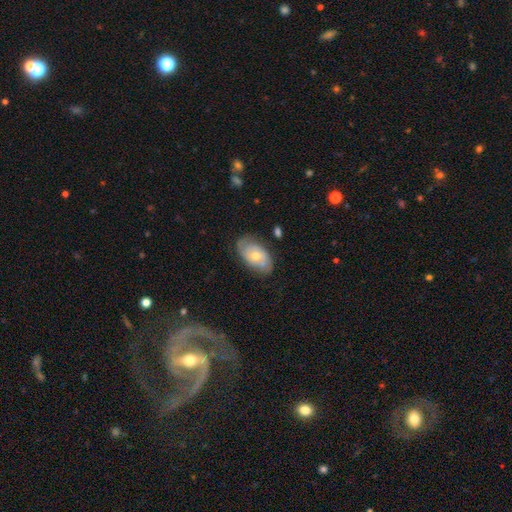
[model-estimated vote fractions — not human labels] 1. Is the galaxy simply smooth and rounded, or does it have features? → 53% featured or disk, 40% smooth, 6% star or artifact.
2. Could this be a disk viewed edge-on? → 93% no, 7% yes.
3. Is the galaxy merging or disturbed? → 71% none, 21% minor disturbance, 5% major disturbance, 2% merger.